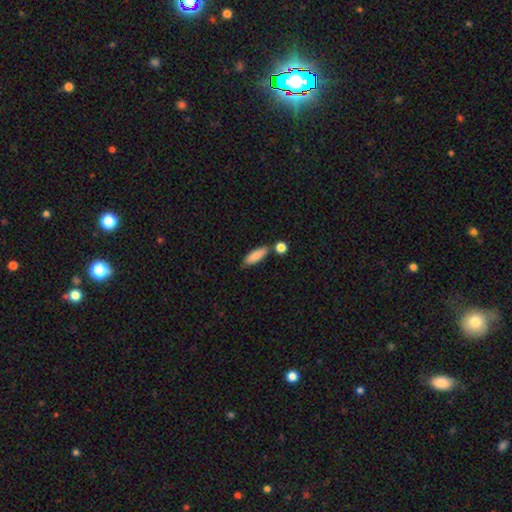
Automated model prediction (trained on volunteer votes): Overall: smooth (85%). How rounded: in between (56%; cigar-shaped 41%). Merging: none (72%).